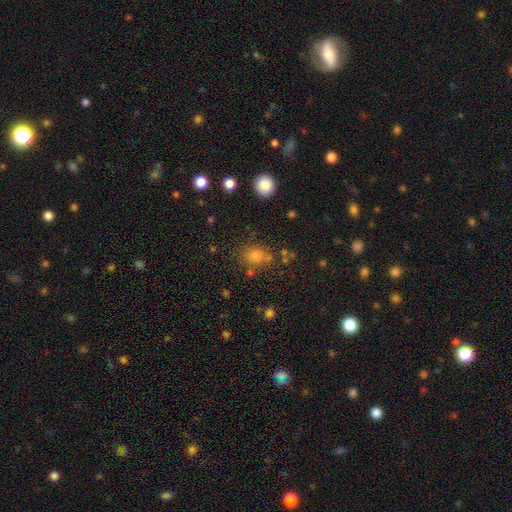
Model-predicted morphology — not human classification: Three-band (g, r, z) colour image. It shows a smooth galaxy with no disk features (71%) that is round (55%). Merging: none (74%).